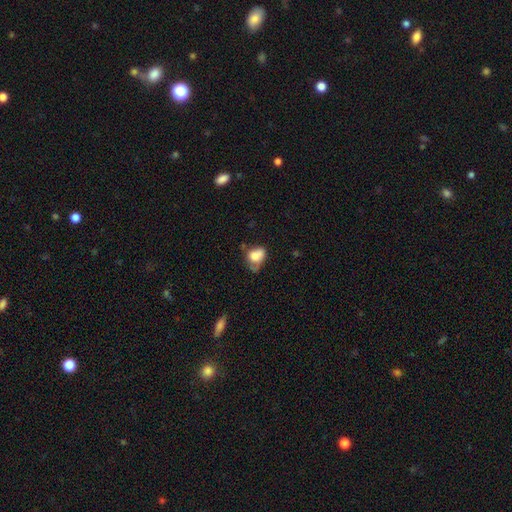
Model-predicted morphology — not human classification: Smooth or featured? smooth (71%)
How rounded? in between (62%)
Merging? minor disturbance (35%)